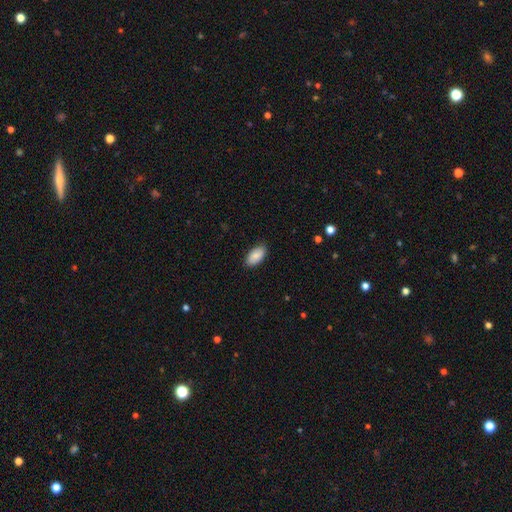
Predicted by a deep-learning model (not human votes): This appears to be a smooth galaxy with no disk features (88%) that is in between round and cigar-shaped (95%). Merging: none (87%).